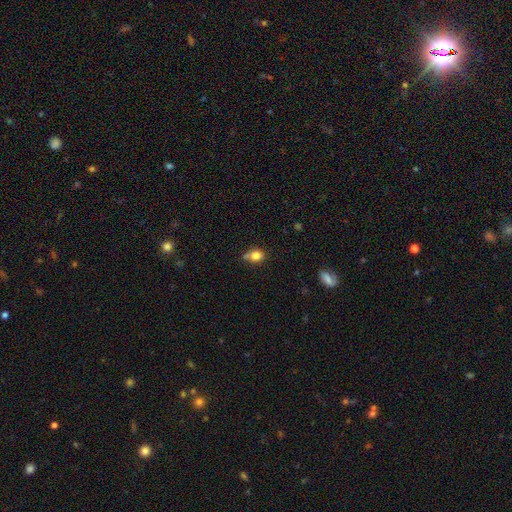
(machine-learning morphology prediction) type=smooth (81%); roundness=in between (50%); merging=none (50%).